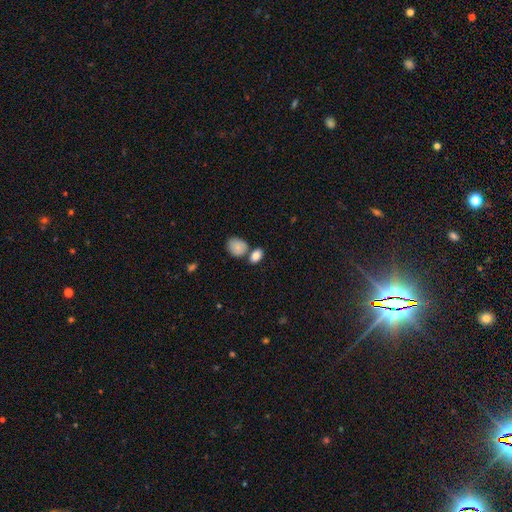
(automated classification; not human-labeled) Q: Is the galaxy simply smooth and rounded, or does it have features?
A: smooth — 85%.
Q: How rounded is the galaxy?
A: in between — 82%.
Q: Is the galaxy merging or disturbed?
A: none — 56%.